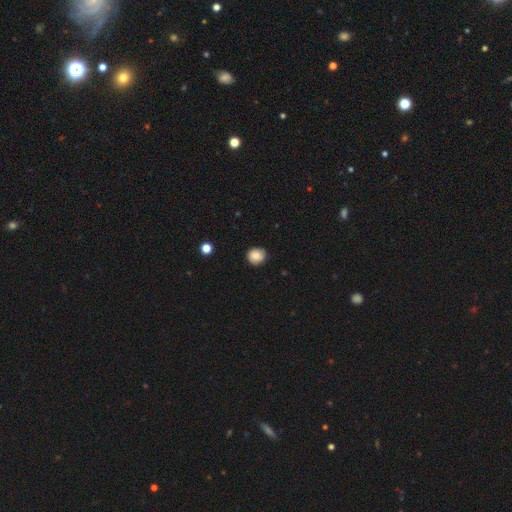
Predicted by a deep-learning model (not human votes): smooth_or_featured: smooth (p=0.85) [alt: star or artifact p=0.09]
how_rounded: round (p=0.85) [alt: in between p=0.14]
merging: none (p=0.85) [alt: minor disturbance p=0.11]